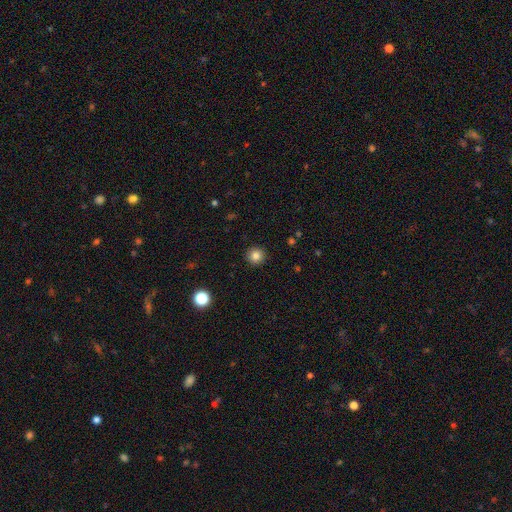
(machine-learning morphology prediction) Smooth or featured? Predicted: smooth (p=0.83). How rounded? Predicted: round (p=0.95). Merging? Predicted: none (p=0.92).